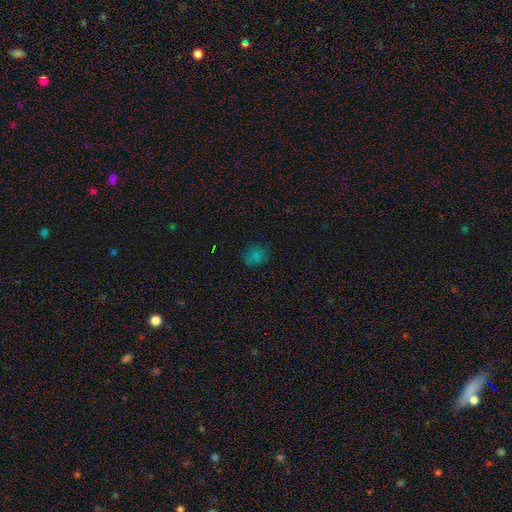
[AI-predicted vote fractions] Smooth or featured? smooth (66%)
How rounded? round (83%)
Merging? none (81%)